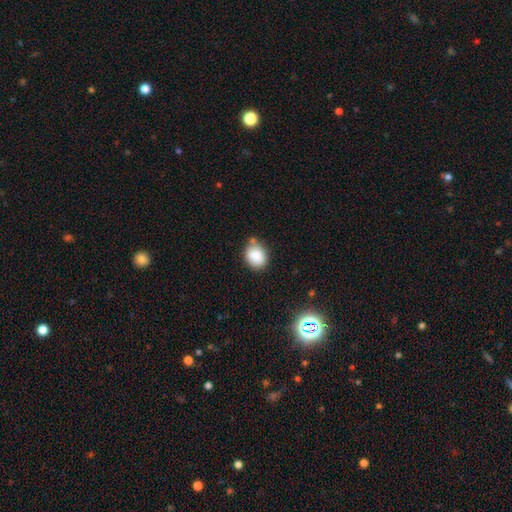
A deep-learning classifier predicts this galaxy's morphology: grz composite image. It shows a smooth galaxy with no disk features (85%) that is round (50%). Merging: none (64%).